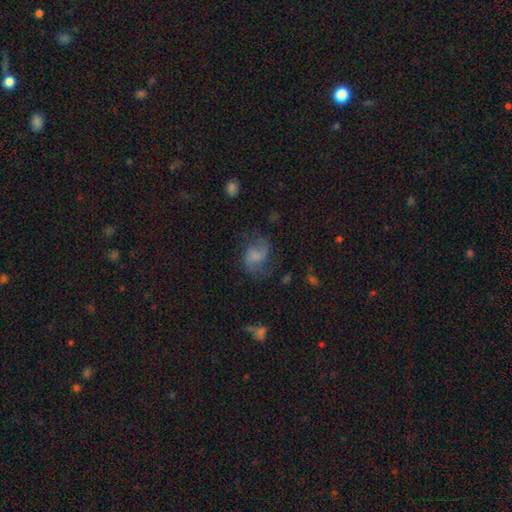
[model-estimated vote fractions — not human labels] Smooth or featured? featured or disk (52%)
Edge-on disk? no (97%)
Bar? no (56%)
Spiral arms? yes (85%)
Bulge size? none (33%, tied with small)
Merging? none (53%)